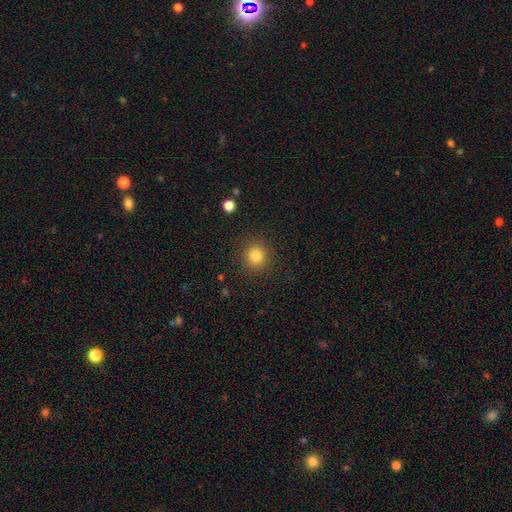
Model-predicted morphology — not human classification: This appears to be a smooth galaxy with no disk features (82%) that is round (91%). Merging: none (89%).